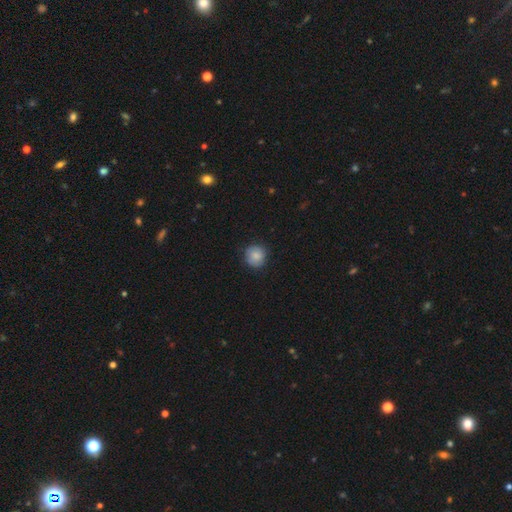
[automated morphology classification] Smooth or featured: smooth — 84% (star or artifact — 8%)
How rounded: round — 92% (in between — 7%)
Merging: none — 84% (minor disturbance — 13%)